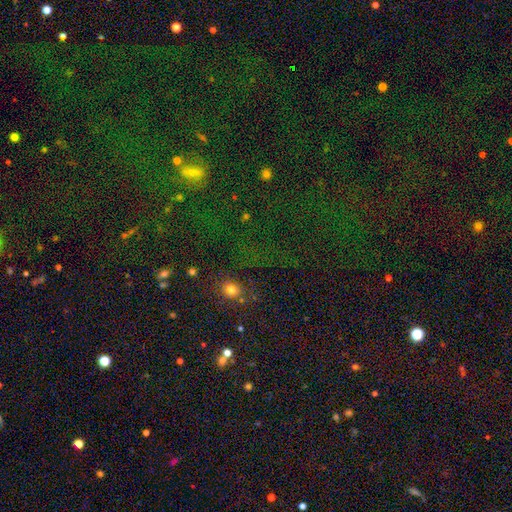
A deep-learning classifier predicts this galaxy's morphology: Smooth or featured: star or artifact — 67% (smooth — 25%)